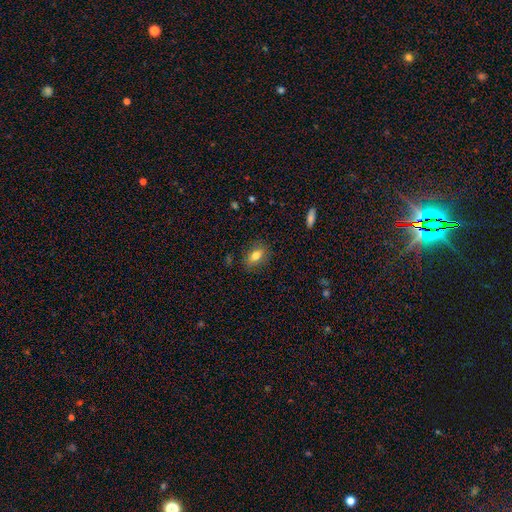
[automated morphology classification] The model was most divided on "how rounded": in between: 78%, round: 17%, cigar-shaped: 5%. More confident: merging — none (84%); smooth or featured — smooth (77%).